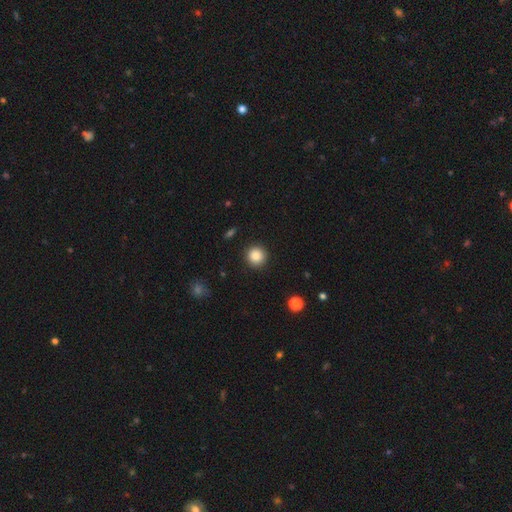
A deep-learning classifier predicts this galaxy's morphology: A smooth galaxy with no disk features (86%) that is round (95%). Merging: none (91%).